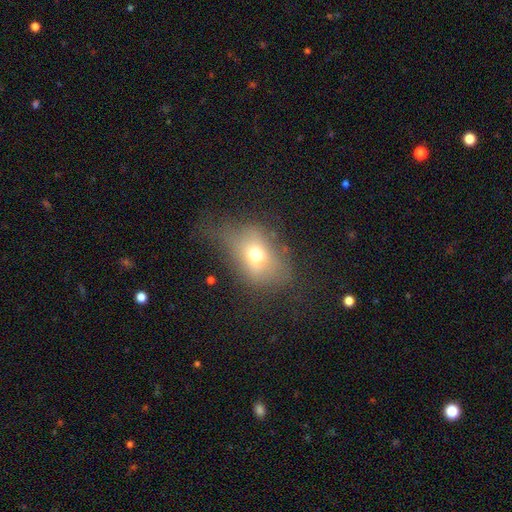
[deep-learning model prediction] A smooth galaxy with no disk features (63%) that is in between round and cigar-shaped (67%).

Vote fractions:
- Smooth or featured? smooth: 63% / featured or disk: 22% / star or artifact: 14%
- How rounded? in between: 67% / round: 31% / cigar-shaped: 2%
- Merging? none: 44% / major disturbance: 27% / minor disturbance: 26% / merger: 3%